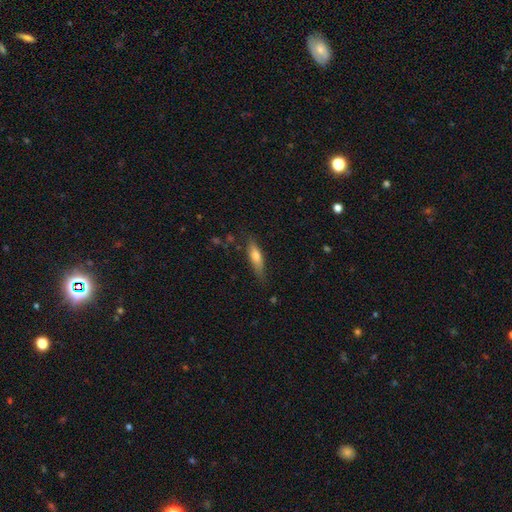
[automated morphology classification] Smooth or featured: smooth — 60% (featured or disk — 34%)
How rounded: cigar-shaped — 65% (in between — 33%)
Merging: none — 77% (minor disturbance — 17%)